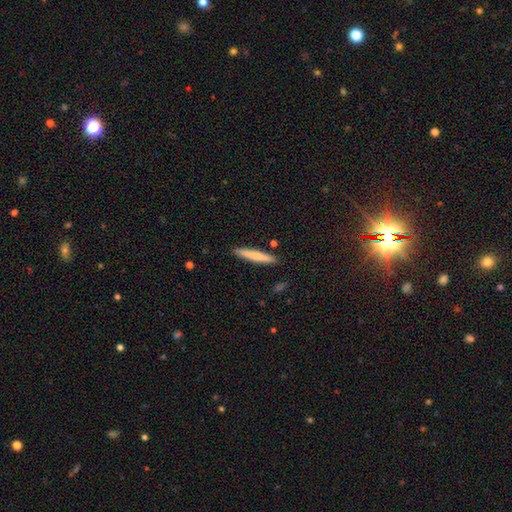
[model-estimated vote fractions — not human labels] Morphology: type=smooth (73%); roundness=cigar-shaped (94%); merging=none (89%).